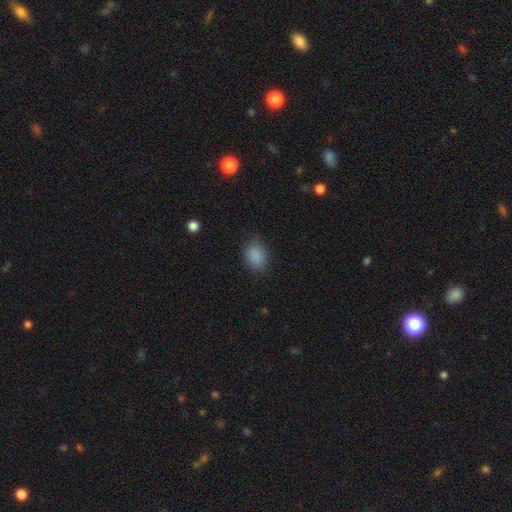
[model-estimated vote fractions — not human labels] A smooth galaxy with no disk features (87%) that is in between round and cigar-shaped (61%). Merging: none (78%).